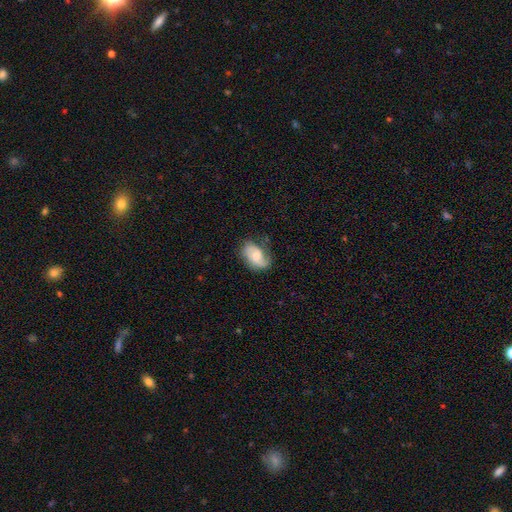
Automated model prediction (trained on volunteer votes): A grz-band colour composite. It shows a featured or disk galaxy (60%) with no bar (61%), 2 (69%) medium (40%) spiral arms (90%) and a moderate central bulge (49%). Merging: none (63%).